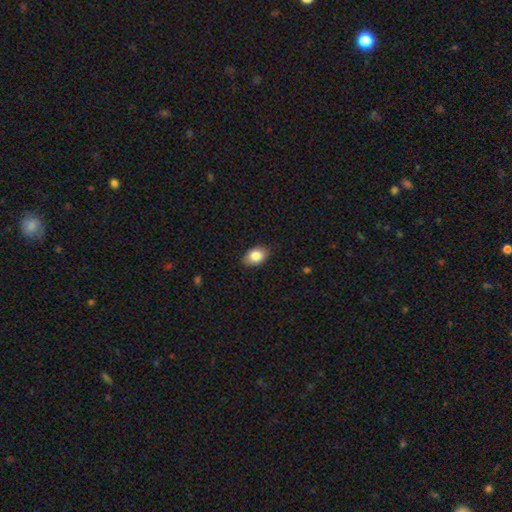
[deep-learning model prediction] Smooth or featured: smooth — 84% (featured or disk — 8%)
How rounded: in between — 80% (round — 19%)
Merging: none — 83% (minor disturbance — 14%)